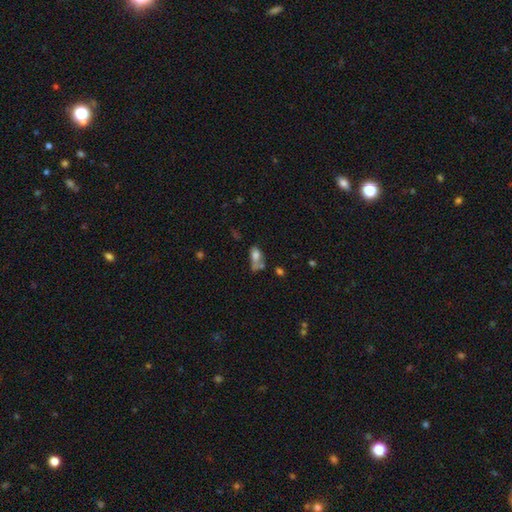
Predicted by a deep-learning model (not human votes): Smooth or featured: smooth — 67% (featured or disk — 20%)
How rounded: in between — 81% (round — 12%)
Merging: merger — 38% (none — 27%)